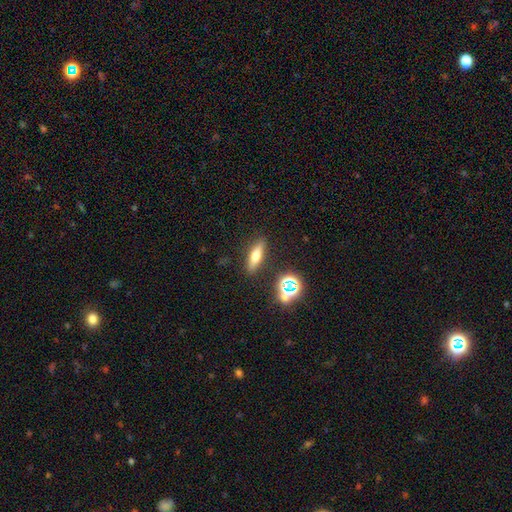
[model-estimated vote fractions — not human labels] This is possibly a smooth galaxy (53%). How rounded: likely cigar-shaped (62%). Merging: clearly none (87%).